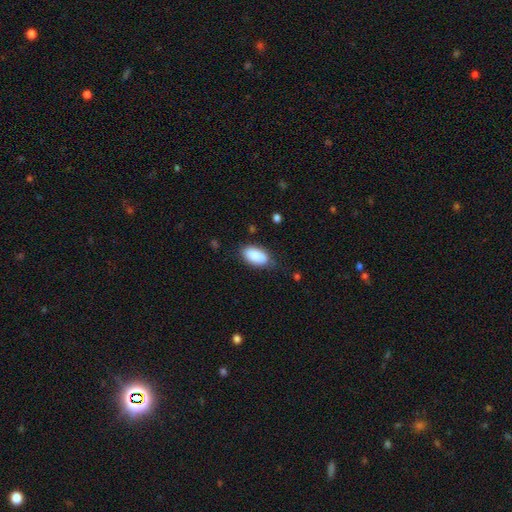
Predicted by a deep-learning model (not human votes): A smooth galaxy with no disk features (89%) that is in between round and cigar-shaped (94%). Merging: none (75%).